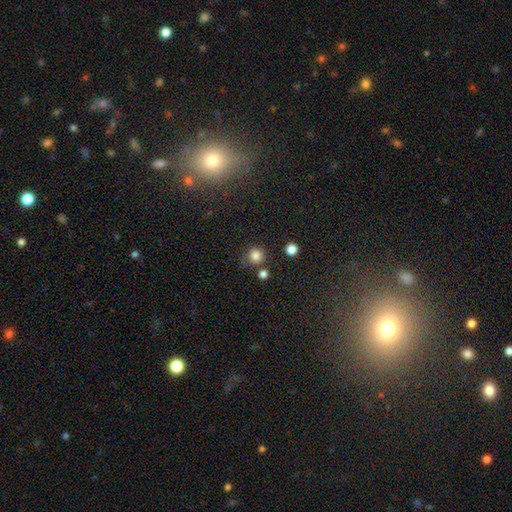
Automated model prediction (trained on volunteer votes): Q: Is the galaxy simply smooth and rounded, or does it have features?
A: smooth — 82%.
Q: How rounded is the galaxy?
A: round — 93%.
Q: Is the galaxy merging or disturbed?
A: none — 77%.